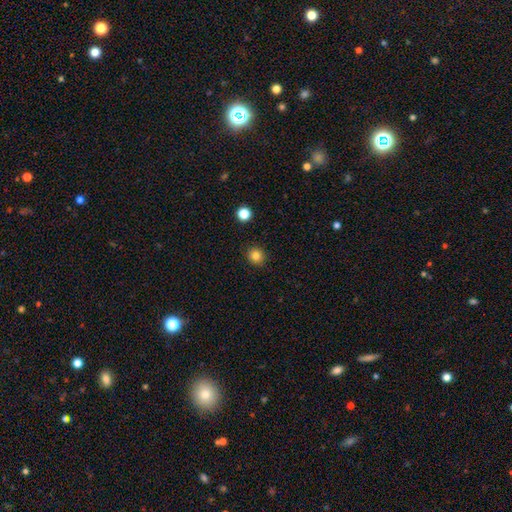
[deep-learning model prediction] Morphology: type=smooth (82%); roundness=round (90%); merging=none (91%).